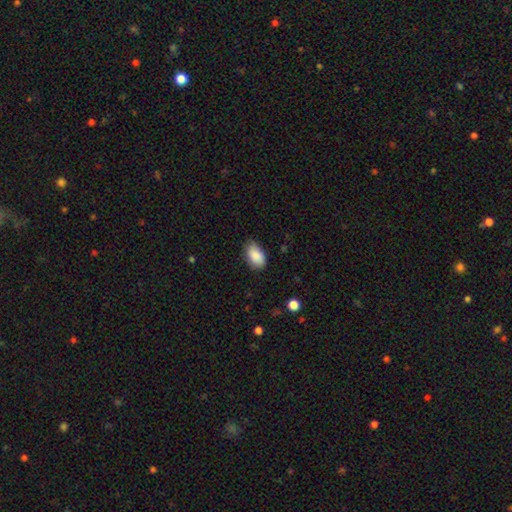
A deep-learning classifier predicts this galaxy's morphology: Smooth or featured?
  - smooth: 88% *
  - star or artifact: 7%
  - featured or disk: 6%
How rounded?
  - in between: 92% *
  - round: 7%
  - cigar-shaped: 1%
Merging?
  - none: 71% *
  - minor disturbance: 24%
  - major disturbance: 4%
  - merger: 1%